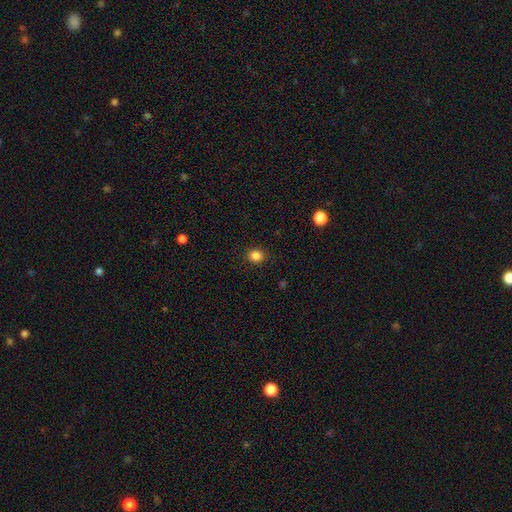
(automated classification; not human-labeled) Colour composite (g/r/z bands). It shows a smooth galaxy with no disk features (85%) that is round (81%). Merging: none (90%).